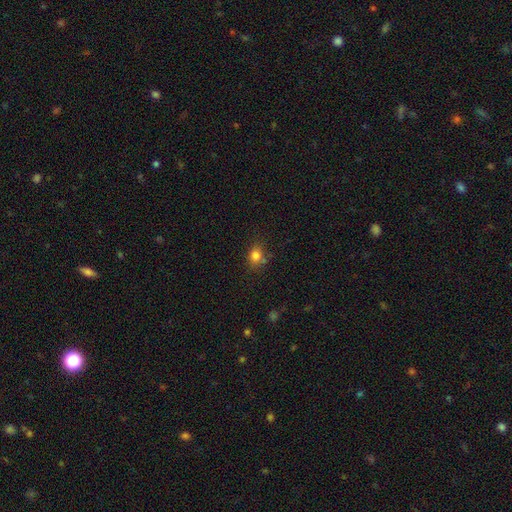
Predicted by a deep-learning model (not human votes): smooth 80%, star or artifact 13%, featured or disk 7%. Down the decision tree: how rounded — round (58%); merging — none (69%).